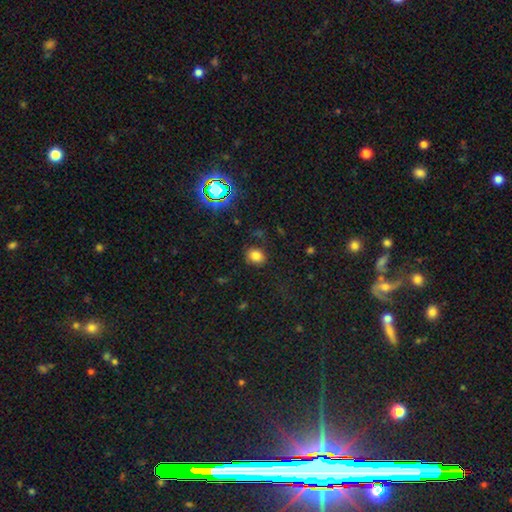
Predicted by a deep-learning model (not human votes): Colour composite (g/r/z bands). It shows a smooth galaxy with no disk features (76%) that is round (55%). Merging: none (80%).